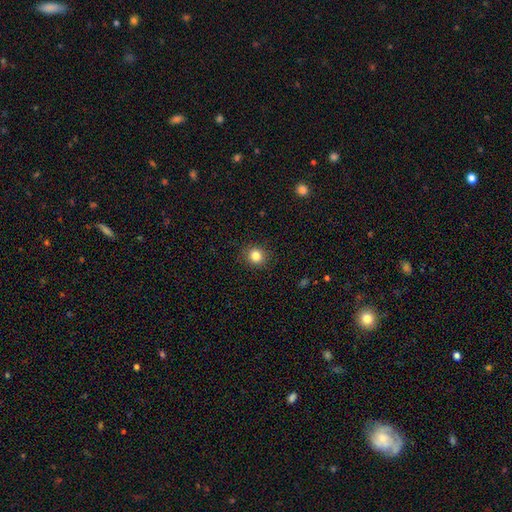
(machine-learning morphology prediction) Smooth or featured? Predicted: smooth (p=0.84). How rounded? Predicted: round (p=0.86). Merging? Predicted: none (p=0.90).